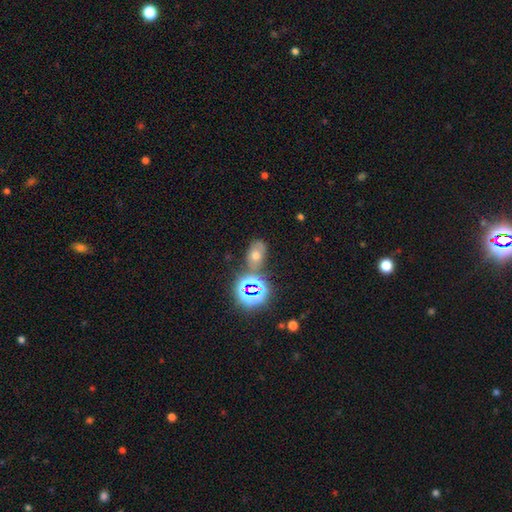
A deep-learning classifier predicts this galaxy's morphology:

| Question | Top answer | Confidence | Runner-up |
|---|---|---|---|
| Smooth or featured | smooth | 51% | star or artifact (33%) |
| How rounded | in between | 79% | round (19%) |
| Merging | none | 63% | minor disturbance (17%) |